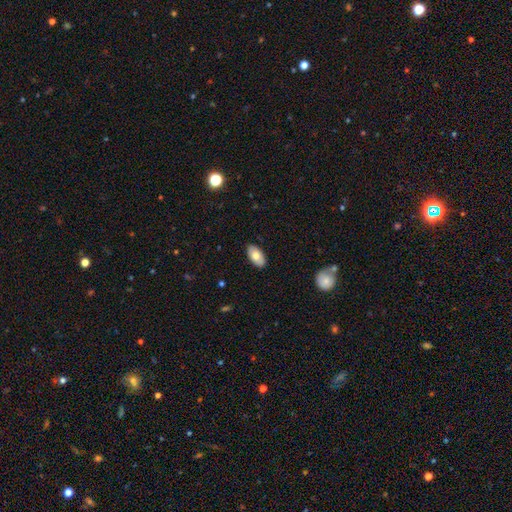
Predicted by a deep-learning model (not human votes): smooth-or-featured: smooth: 74% | featured or disk: 20% | star or artifact: 6%
  how-rounded: in between: 95% | round: 3% | cigar-shaped: 2%
  merging: none: 88% | minor disturbance: 9% | major disturbance: 2% | merger: 1%